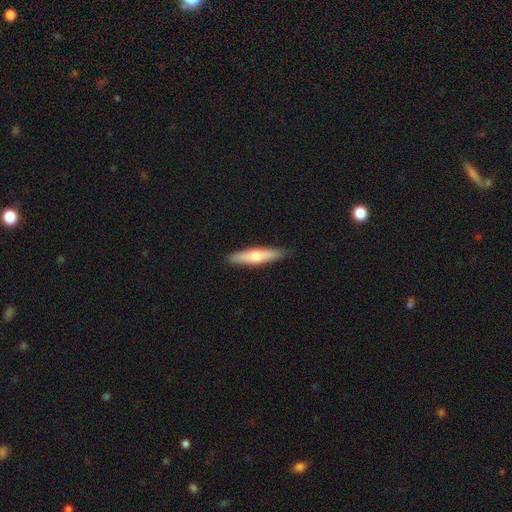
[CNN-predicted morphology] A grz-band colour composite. It shows a smooth galaxy with no disk features (57%) that is cigar-shaped (79%). Merging: none (90%).